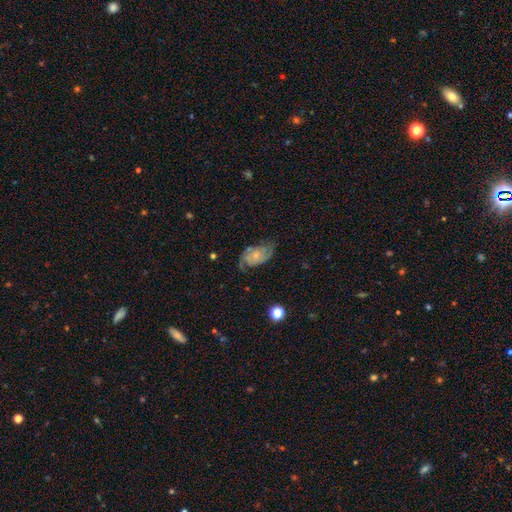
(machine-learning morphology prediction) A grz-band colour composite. It shows a featured or disk galaxy (73%) with no bar (71%), 2 (77%) medium (44%) spiral arms (93%) and a small central bulge (57%). Merging: none (65%).